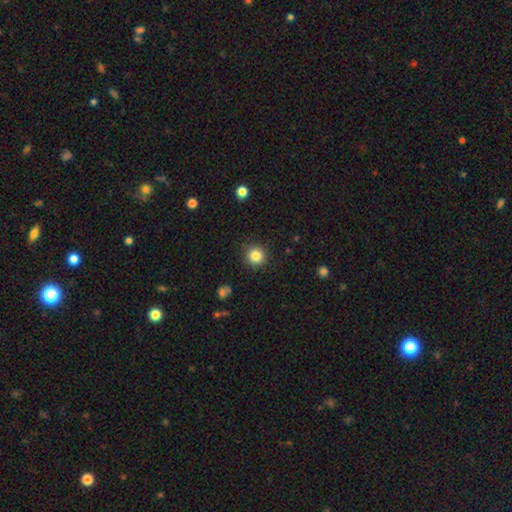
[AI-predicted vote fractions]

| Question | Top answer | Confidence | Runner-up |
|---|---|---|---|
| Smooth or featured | smooth | 83% | star or artifact (11%) |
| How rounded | round | 94% | in between (5%) |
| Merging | none | 90% | minor disturbance (7%) |